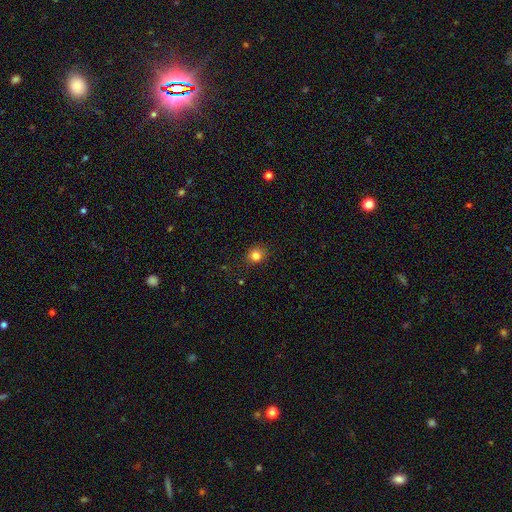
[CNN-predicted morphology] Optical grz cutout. It shows a smooth galaxy with no disk features (82%) that is round (79%). Merging: none (83%).